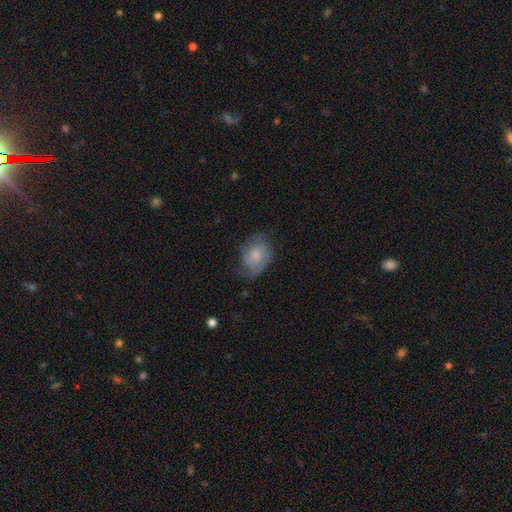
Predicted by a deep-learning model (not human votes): Smooth or featured: smooth — 49% (featured or disk — 43%)
Merging: none — 53% (minor disturbance — 30%)